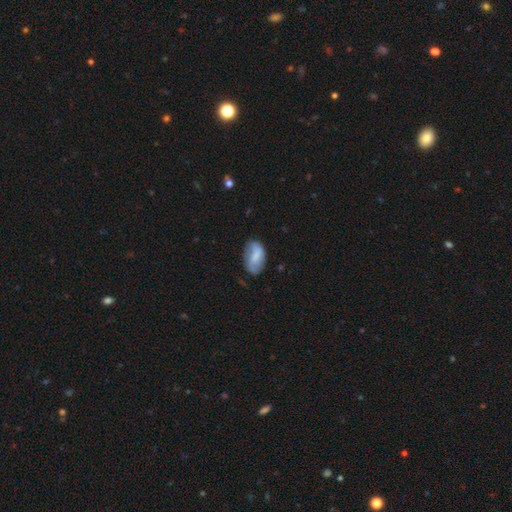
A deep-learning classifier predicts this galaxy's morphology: This appears to be a smooth galaxy with no disk features (69%) that is in between round and cigar-shaped (93%). Merging: none (59%).